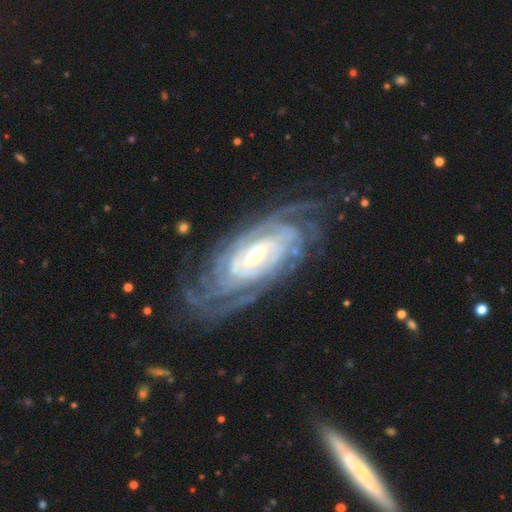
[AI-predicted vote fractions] smooth_or_featured: featured or disk (p=0.91) [alt: smooth p=0.05]
disk_edge_on: no (p=0.94) [alt: yes p=0.06]
bar: no (p=0.42) [alt: weak p=0.35]
has_spiral_arms: yes (p=0.98) [alt: no p=0.02]
spiral_winding: tight (p=0.80) [alt: medium p=0.16]
spiral_arm_count: can't tell (p=0.28) [alt: 4 p=0.22]
bulge_size: small (p=0.55) [alt: moderate p=0.39]
merging: none (p=0.76) [alt: minor disturbance p=0.16]